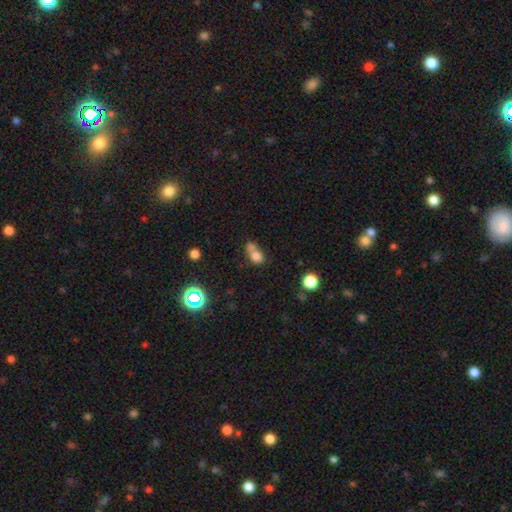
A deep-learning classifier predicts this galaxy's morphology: type=smooth (75%); roundness=round (61%); merging=merger (58%).